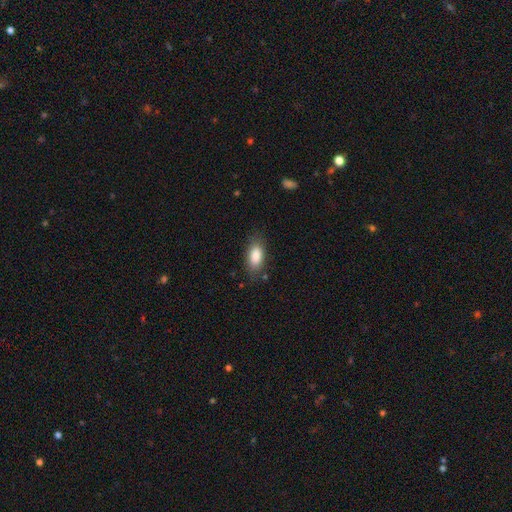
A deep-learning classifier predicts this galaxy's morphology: smooth_or_featured: smooth (p=0.87) [alt: star or artifact p=0.07]
how_rounded: in between (p=0.88) [alt: cigar-shaped p=0.08]
merging: none (p=0.79) [alt: minor disturbance p=0.15]